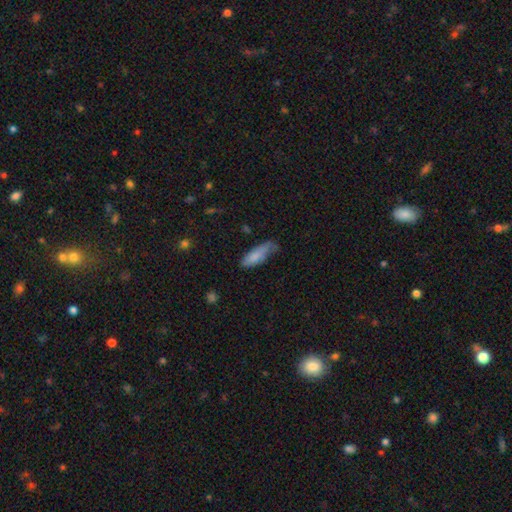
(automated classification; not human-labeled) Smooth or featured? smooth (79%)
How rounded? in between (59%)
Merging? none (44%)